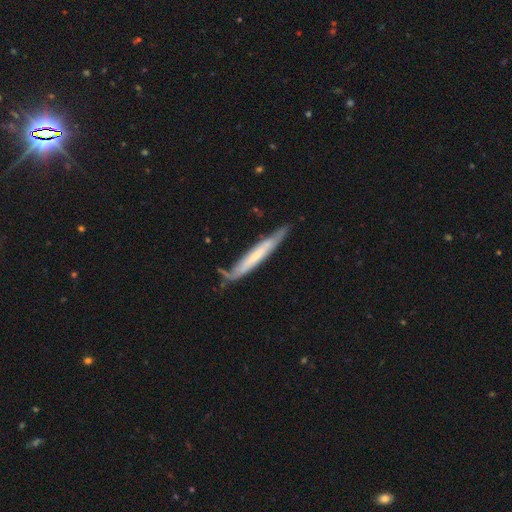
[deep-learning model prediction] The model was most divided on "smooth or featured": featured or disk: 57%, smooth: 37%, star or artifact: 6%. More confident: edge-on disk — yes (76%); merging — none (64%).